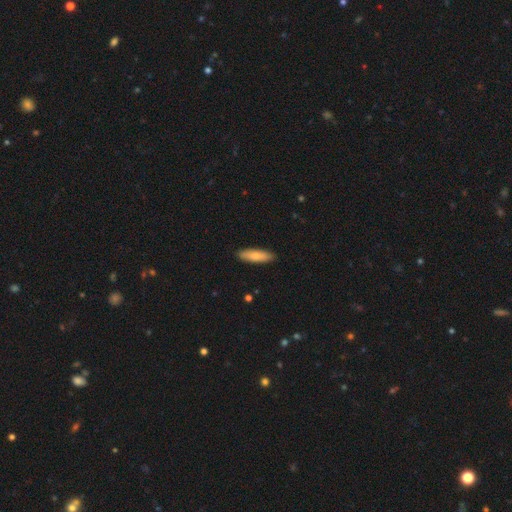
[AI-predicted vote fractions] Smooth or featured? smooth (79%)
How rounded? cigar-shaped (59%)
Merging? none (90%)